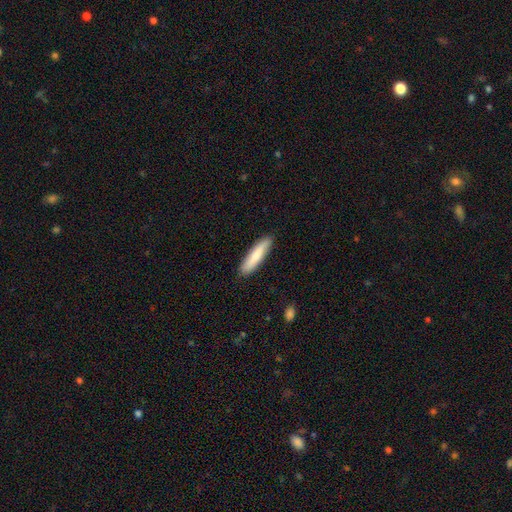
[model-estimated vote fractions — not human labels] Q: Smooth or featured?
A: smooth (78%); runner-up: featured or disk (17%)
Q: How rounded?
A: cigar-shaped (81%); runner-up: in between (18%)
Q: Merging?
A: none (89%); runner-up: minor disturbance (9%)